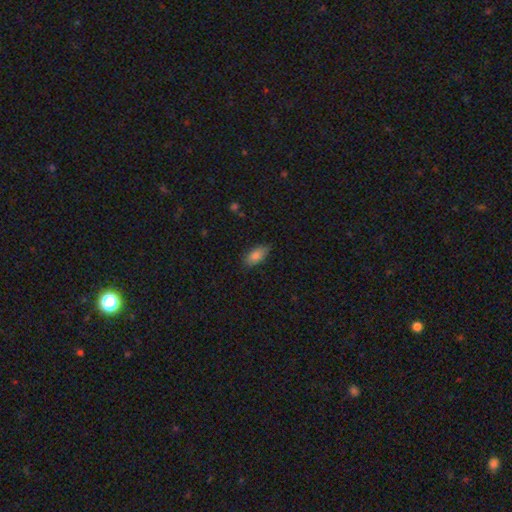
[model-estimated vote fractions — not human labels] A smooth galaxy with no disk features (85%) that is in between round and cigar-shaped (88%). Merging: none (80%).